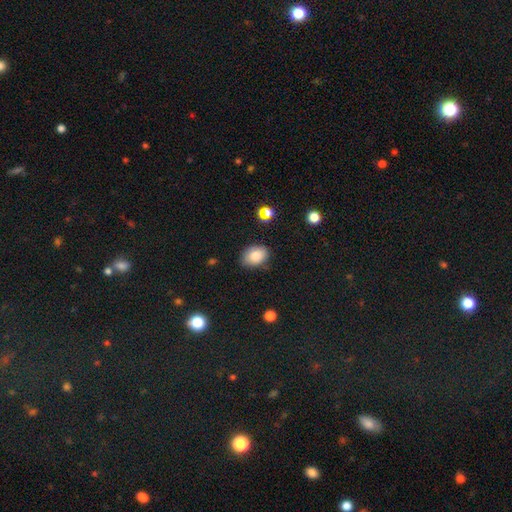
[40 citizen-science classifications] Q: Smooth or featured?
A: smooth (78%); runner-up: star or artifact (12%)
Q: How rounded?
A: in between (94%); runner-up: round (6%)
Q: Merging?
A: none (80%); runner-up: minor disturbance (20%)